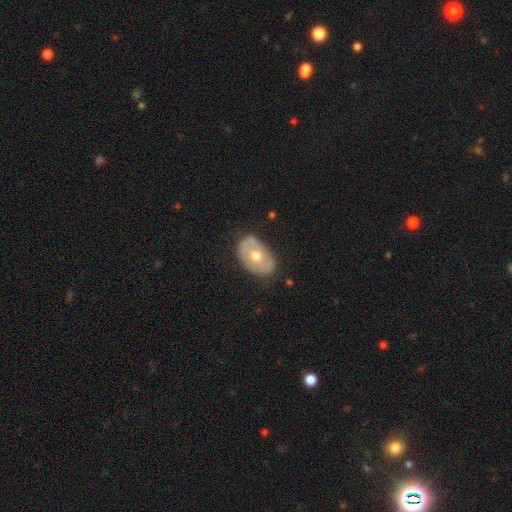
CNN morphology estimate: smooth_or_featured: featured or disk (p=0.50) [alt: smooth p=0.44]
disk_edge_on: no (p=0.91) [alt: yes p=0.09]
merging: none (p=0.73) [alt: minor disturbance p=0.21]